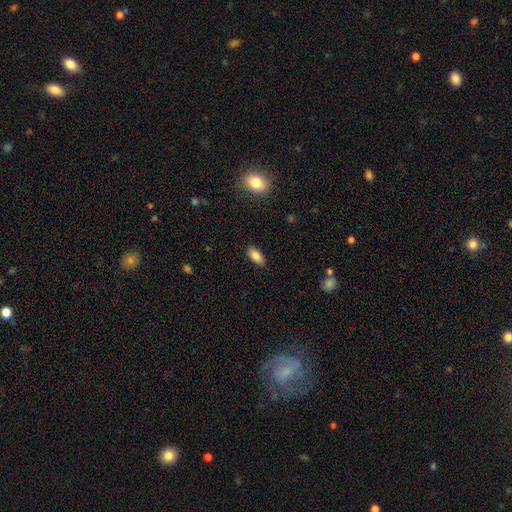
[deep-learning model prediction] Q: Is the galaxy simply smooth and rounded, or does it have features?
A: smooth — 85%.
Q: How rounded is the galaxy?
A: in between — 88%.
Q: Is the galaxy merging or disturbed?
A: none — 87%.